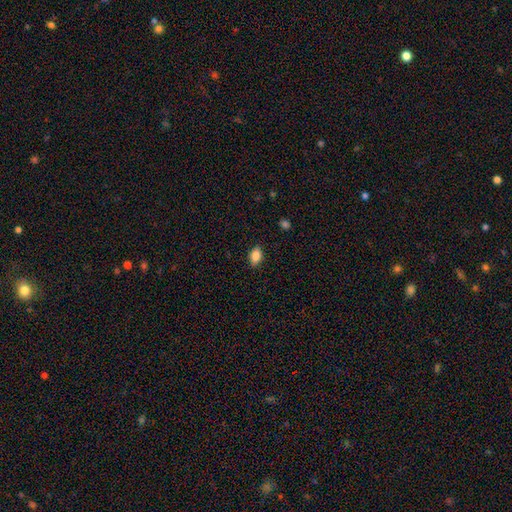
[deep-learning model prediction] A smooth galaxy with no disk features (86%) that is in between round and cigar-shaped (88%).

Vote fractions:
- Smooth or featured? smooth: 86% / star or artifact: 8% / featured or disk: 6%
- How rounded? in between: 88% / round: 8% / cigar-shaped: 3%
- Merging? none: 85% / minor disturbance: 11% / major disturbance: 2% / merger: 1%